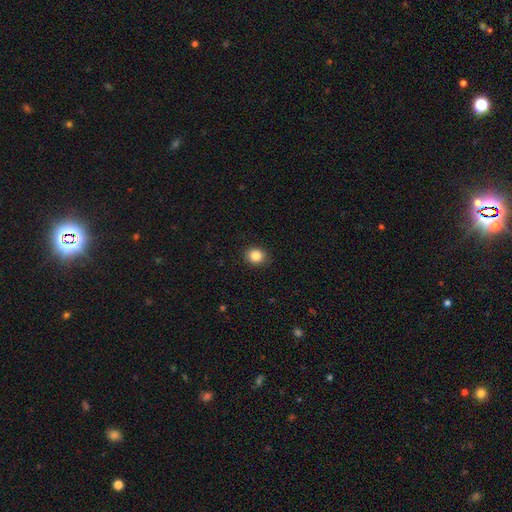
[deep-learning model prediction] The model was most divided on "how rounded": round: 68%, in between: 31%, cigar-shaped: 1%. More confident: merging — none (89%); smooth or featured — smooth (86%).